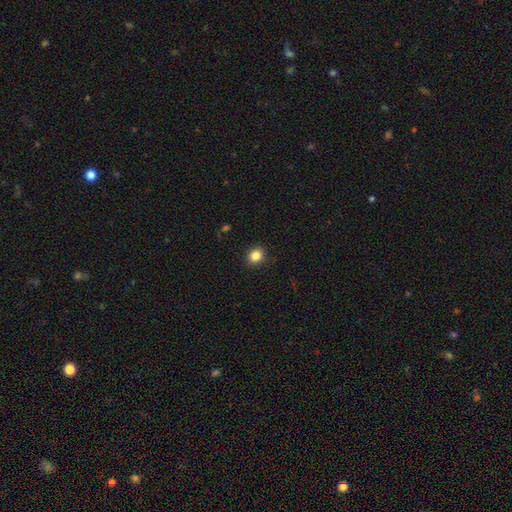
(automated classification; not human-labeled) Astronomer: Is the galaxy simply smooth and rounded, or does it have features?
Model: smooth — 86%.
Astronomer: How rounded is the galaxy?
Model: round — 62%.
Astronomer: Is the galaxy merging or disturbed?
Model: none — 90%.